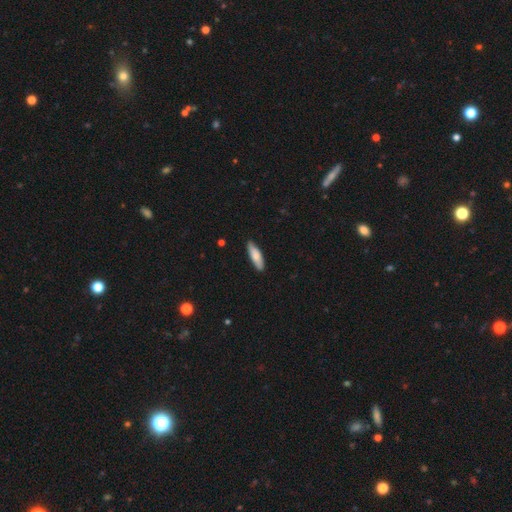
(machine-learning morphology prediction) This is likely a smooth galaxy (78%). How rounded: possibly cigar-shaped (56%). Merging: clearly none (87%).